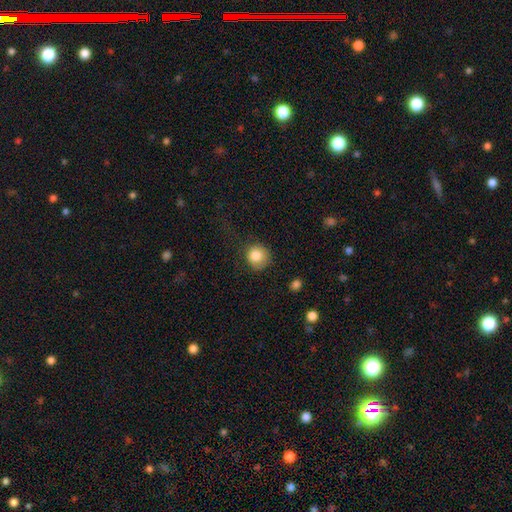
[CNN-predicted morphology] Q: Smooth or featured?
A: smooth (85%); runner-up: star or artifact (9%)
Q: How rounded?
A: round (89%); runner-up: in between (10%)
Q: Merging?
A: none (70%); runner-up: minor disturbance (20%)